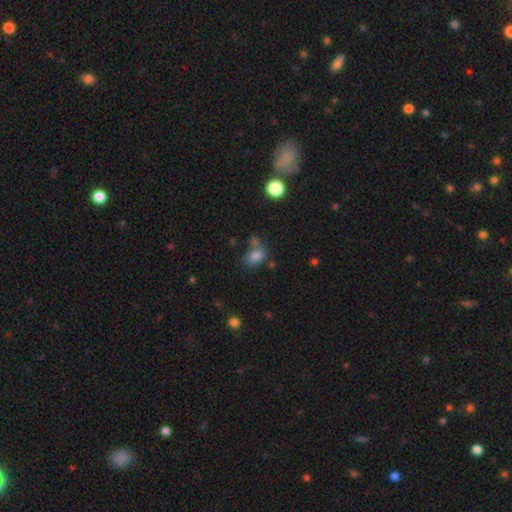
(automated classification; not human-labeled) Morphology: type=smooth (80%); roundness=in between (73%); merging=none (49%).